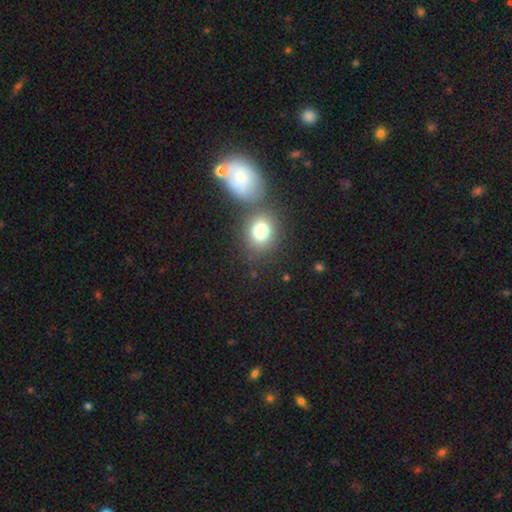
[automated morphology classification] smooth-or-featured: smooth: 64% | star or artifact: 25% | featured or disk: 11%
  how-rounded: round: 72% | in between: 26% | cigar-shaped: 2%
  merging: none: 64% | merger: 23% | minor disturbance: 9% | major disturbance: 4%